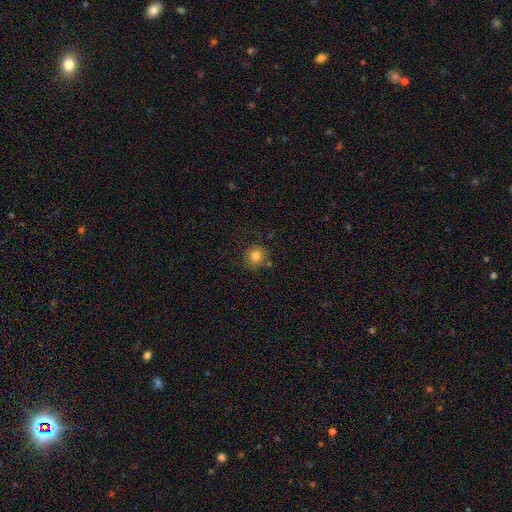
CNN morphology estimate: Q: Smooth or featured?
A: smooth (81%); runner-up: star or artifact (12%)
Q: How rounded?
A: round (91%); runner-up: in between (8%)
Q: Merging?
A: none (78%); runner-up: minor disturbance (13%)